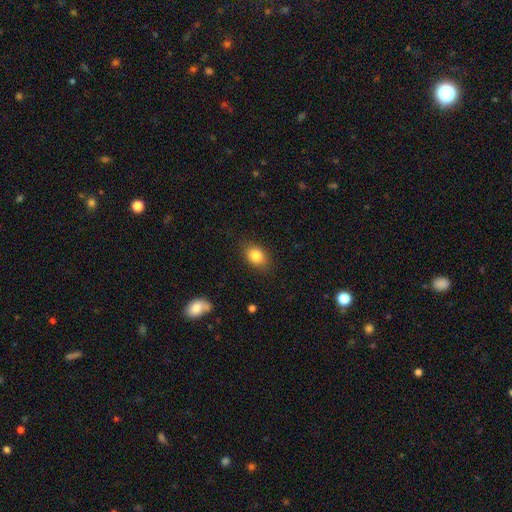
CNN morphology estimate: Smooth or featured? Predicted: smooth (p=0.84). How rounded? Predicted: in between (p=0.69). Merging? Predicted: none (p=0.83).